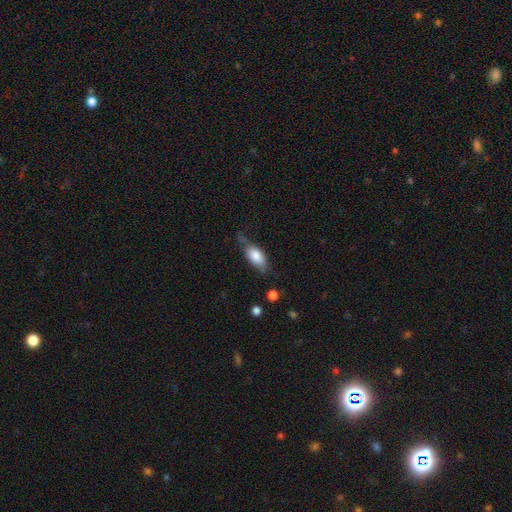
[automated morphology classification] Overall: smooth (78%). How rounded: in between (87%). Merging: none (50%; minor disturbance 32%).